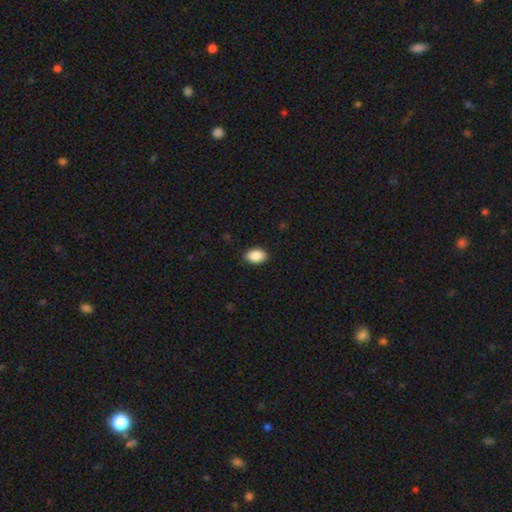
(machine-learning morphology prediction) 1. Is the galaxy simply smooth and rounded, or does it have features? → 89% smooth, 7% star or artifact, 3% featured or disk.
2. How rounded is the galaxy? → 87% in between, 12% round, 1% cigar-shaped.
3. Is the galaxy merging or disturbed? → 90% none, 7% minor disturbance, 2% major disturbance, 1% merger.